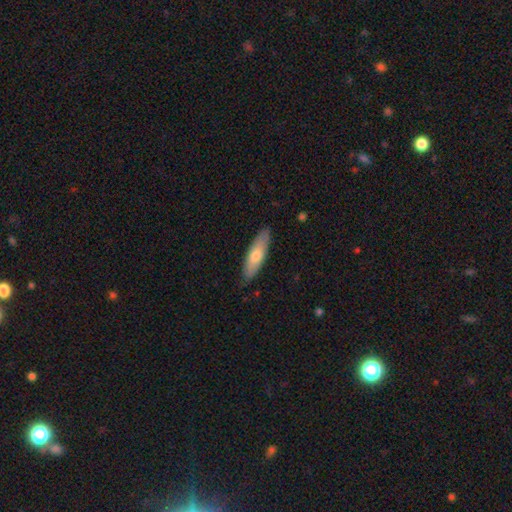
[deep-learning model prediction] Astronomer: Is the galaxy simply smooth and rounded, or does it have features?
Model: smooth — 65%.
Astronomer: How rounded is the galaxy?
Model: cigar-shaped — 60% (runner-up: in between, 38%).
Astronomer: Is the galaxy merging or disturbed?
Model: none — 86%.